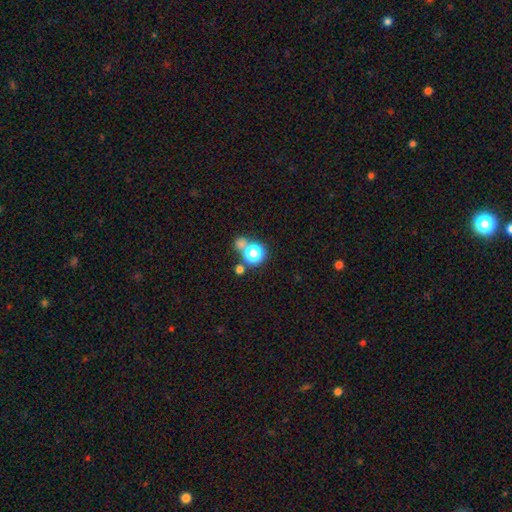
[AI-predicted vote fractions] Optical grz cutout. It shows a smooth galaxy with no disk features (65%) that is round (88%). Merging: none (58%).